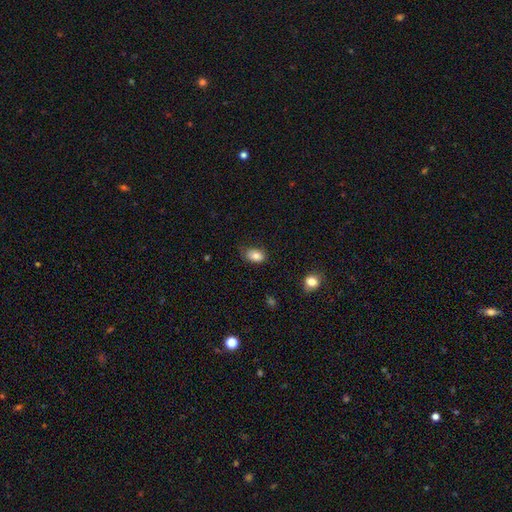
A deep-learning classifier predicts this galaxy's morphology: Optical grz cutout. It shows a smooth galaxy with no disk features (84%) that is in between round and cigar-shaped (88%). Merging: none (70%).